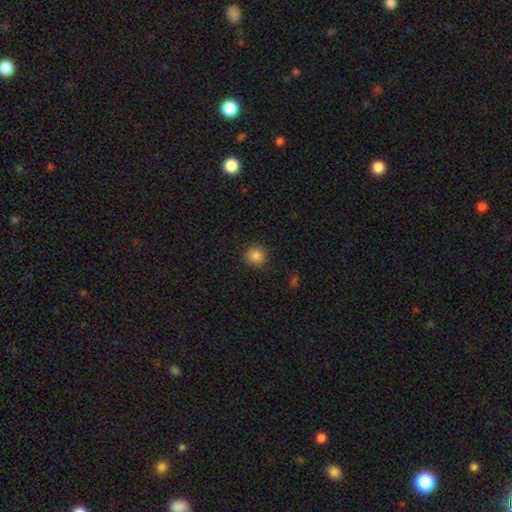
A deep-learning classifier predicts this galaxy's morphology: type=smooth (86%); roundness=round (92%); merging=none (89%).